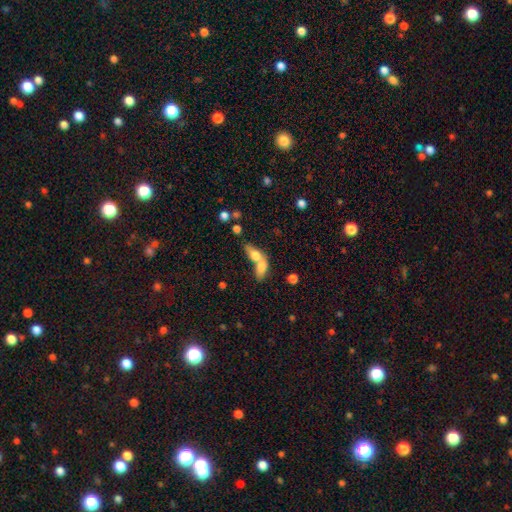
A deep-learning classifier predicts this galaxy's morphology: smooth-or-featured: smooth: 71% | featured or disk: 21% | star or artifact: 8%
  how-rounded: in between: 72% | cigar-shaped: 14% | round: 14%
  merging: merger: 76% | none: 14% | minor disturbance: 5% | major disturbance: 4%